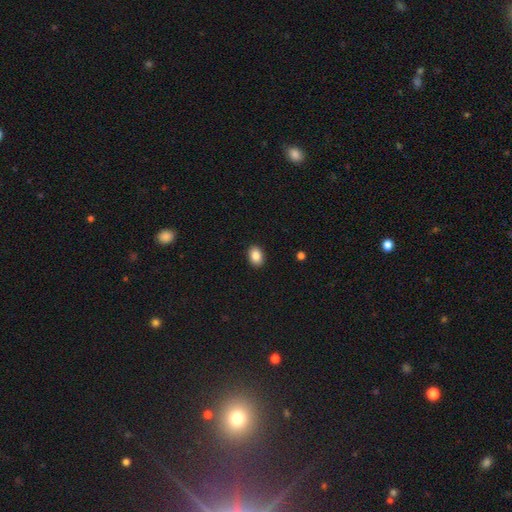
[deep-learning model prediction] A smooth galaxy with no disk features (87%) that is in between round and cigar-shaped (75%). Merging: none (90%).